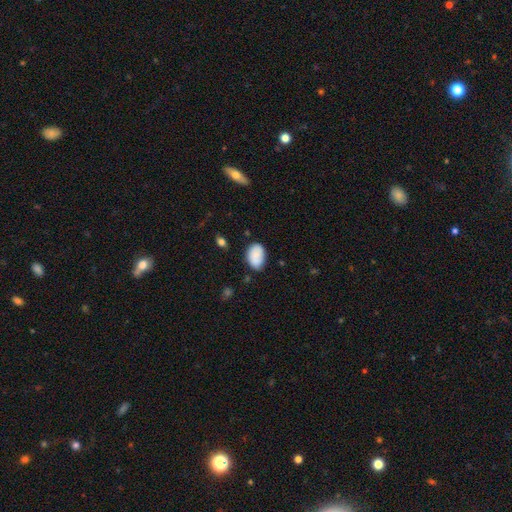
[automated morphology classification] This appears to be a smooth galaxy with no disk features (83%) that is in between round and cigar-shaped (88%). Merging: none (69%).